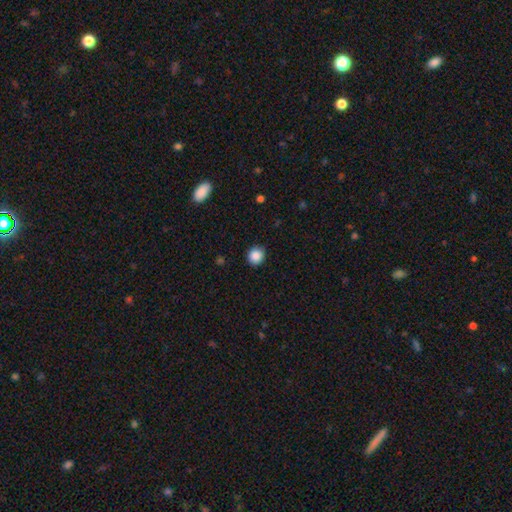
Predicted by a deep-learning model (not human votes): smooth-or-featured: smooth: 87% | star or artifact: 10% | featured or disk: 3%
  how-rounded: round: 87% | in between: 12% | cigar-shaped: 1%
  merging: none: 89% | minor disturbance: 8% | major disturbance: 2% | merger: 1%